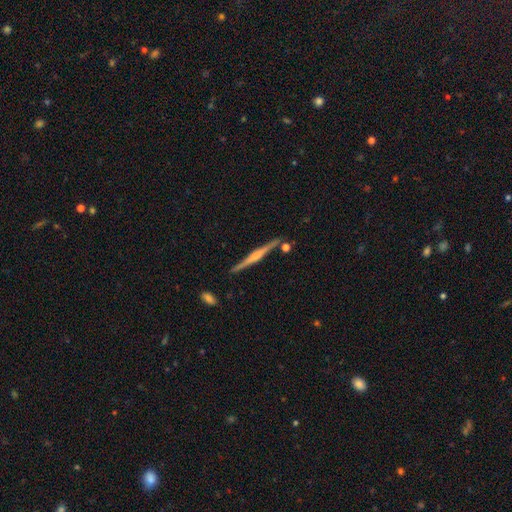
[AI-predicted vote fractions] Smooth or featured? Predicted: featured or disk (p=0.75). Edge-on disk? Predicted: yes (p=0.98). Edge-on bulge? Predicted: rounded (p=0.57). Merging? Predicted: none (p=0.87).